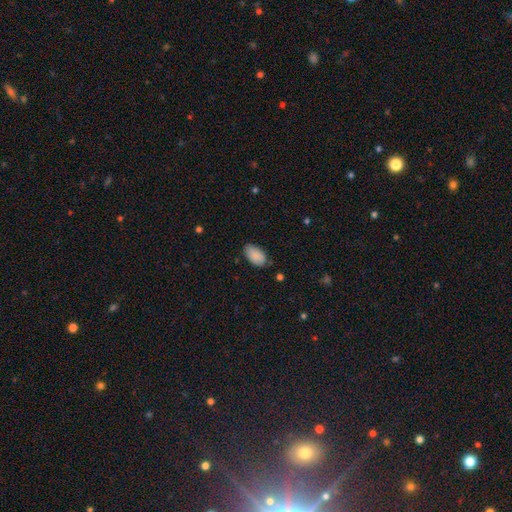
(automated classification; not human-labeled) smooth_or_featured: smooth (p=0.90) [alt: star or artifact p=0.07]
how_rounded: in between (p=0.95) [alt: round p=0.04]
merging: none (p=0.77) [alt: minor disturbance p=0.18]